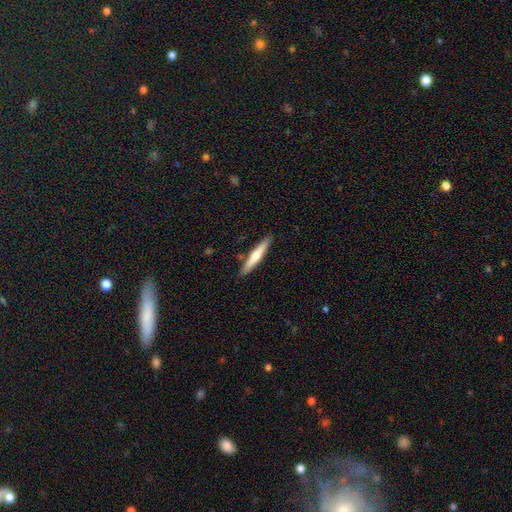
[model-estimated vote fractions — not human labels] Morphology: type=smooth (52%); roundness=cigar-shaped (92%); merging=none (88%).